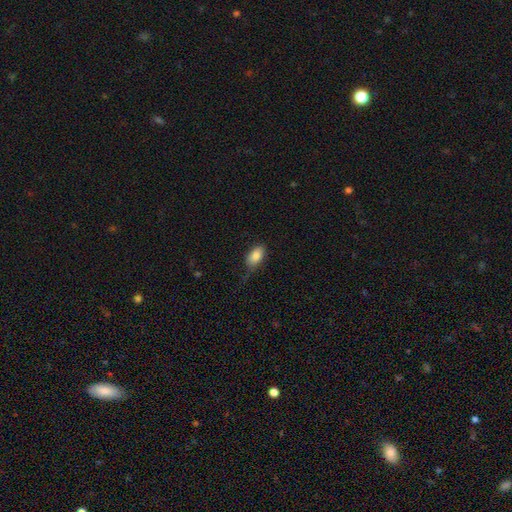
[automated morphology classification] Smooth or featured? Predicted: smooth (p=0.85). How rounded? Predicted: in between (p=0.92). Merging? Predicted: none (p=0.61).